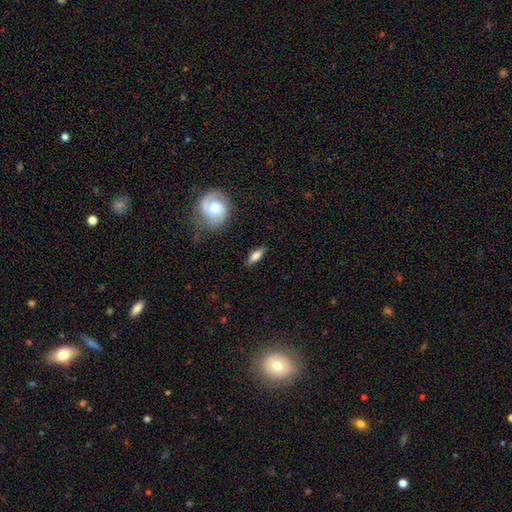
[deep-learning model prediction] smooth-or-featured: smooth: 70% | featured or disk: 23% | star or artifact: 7%
  how-rounded: in between: 59% | cigar-shaped: 37% | round: 4%
  merging: none: 85% | minor disturbance: 10% | major disturbance: 3% | merger: 2%